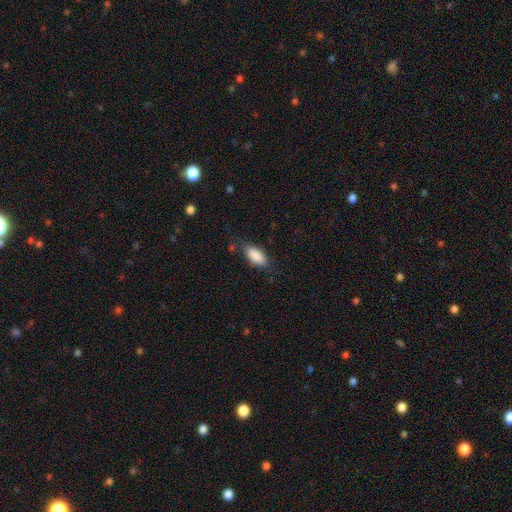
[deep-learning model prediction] Smooth or featured: smooth — 87% (star or artifact — 7%)
How rounded: in between — 89% (cigar-shaped — 8%)
Merging: none — 71% (minor disturbance — 21%)